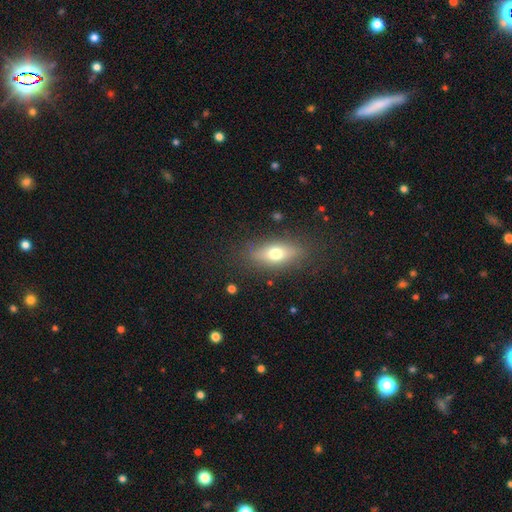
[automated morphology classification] Smooth or featured: smooth — 61% (featured or disk — 28%)
How rounded: in between — 68% (cigar-shaped — 27%)
Merging: none — 85% (minor disturbance — 11%)